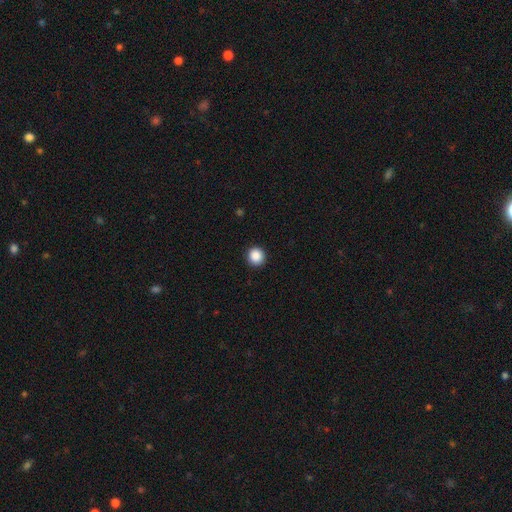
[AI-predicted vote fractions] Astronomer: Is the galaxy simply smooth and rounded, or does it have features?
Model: smooth — 88%.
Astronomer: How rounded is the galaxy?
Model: round — 94%.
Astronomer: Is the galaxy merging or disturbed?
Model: none — 92%.